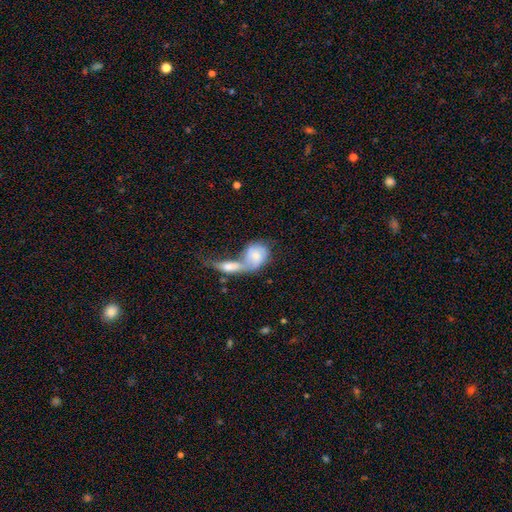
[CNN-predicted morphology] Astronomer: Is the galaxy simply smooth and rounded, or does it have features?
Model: smooth — 57% (runner-up: featured or disk, 37%).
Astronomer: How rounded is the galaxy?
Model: in between — 61%.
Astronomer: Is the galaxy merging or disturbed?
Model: merger — 73%.